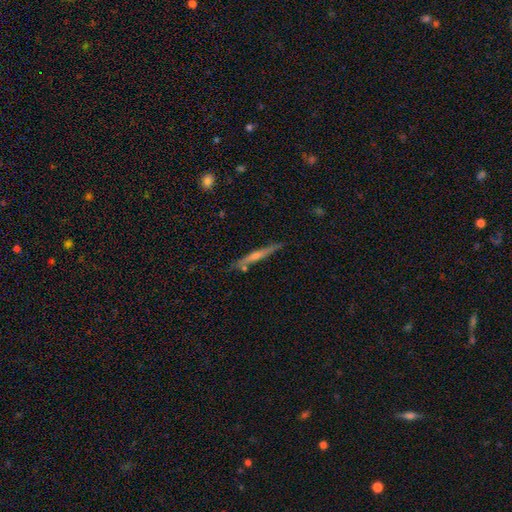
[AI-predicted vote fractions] featured or disk 65%, smooth 24%, star or artifact 11%. Down the decision tree: edge-on disk — yes (95%); edge-on bulge — rounded (68%); merging — none (82%).